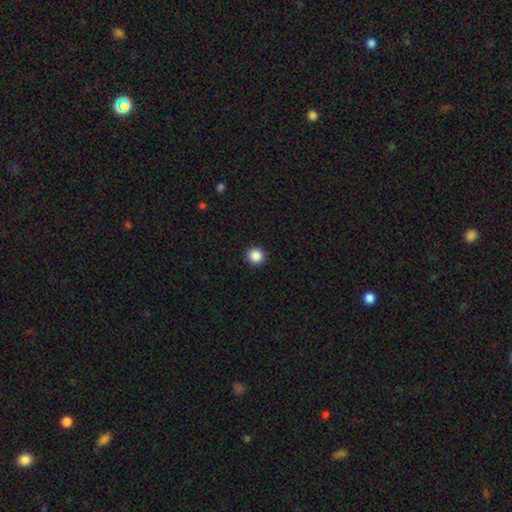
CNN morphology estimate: This is clearly a smooth galaxy (88%). How rounded: clearly round (95%). Merging: clearly none (93%).